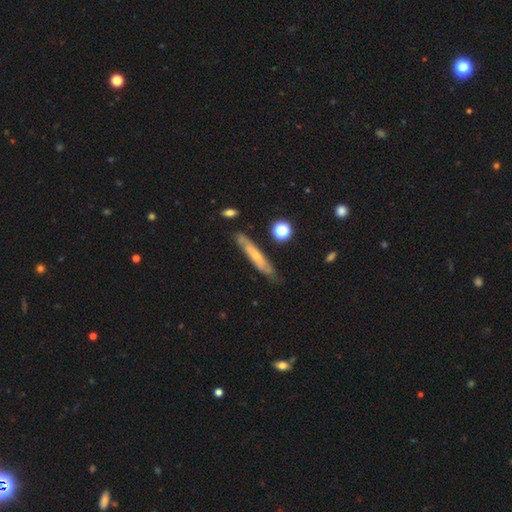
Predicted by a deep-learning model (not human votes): featured or disk 47%, smooth 46%, star or artifact 7%. Down the decision tree: merging — none (73%).